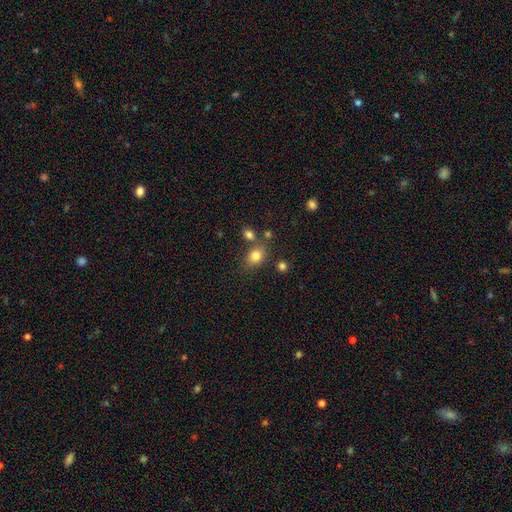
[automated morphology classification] A smooth galaxy with no disk features (81%) that is in between round and cigar-shaped (61%).

Vote fractions:
- Smooth or featured? smooth: 81% / star or artifact: 11% / featured or disk: 8%
- How rounded? in between: 61% / round: 37% / cigar-shaped: 1%
- Merging? none: 67% / merger: 15% / minor disturbance: 14% / major disturbance: 4%